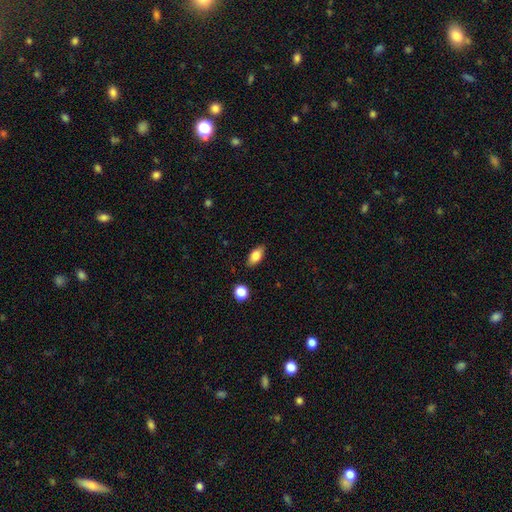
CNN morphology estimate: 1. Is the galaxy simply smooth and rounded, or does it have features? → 80% smooth, 12% featured or disk, 8% star or artifact.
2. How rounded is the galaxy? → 87% in between, 7% cigar-shaped, 6% round.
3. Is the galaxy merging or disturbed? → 85% none, 11% minor disturbance, 2% major disturbance, 2% merger.